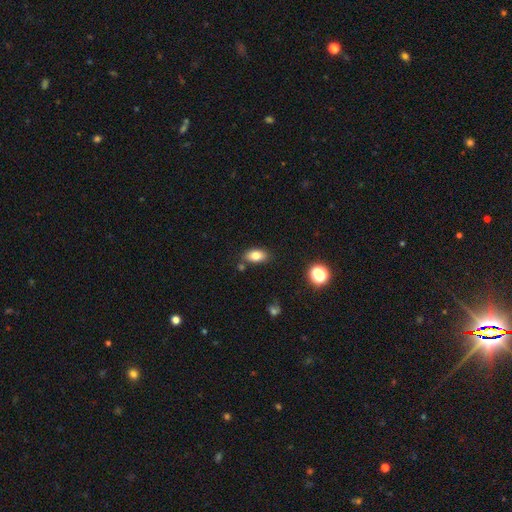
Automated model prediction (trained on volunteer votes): Smooth or featured?
  - smooth: 80% *
  - featured or disk: 10%
  - star or artifact: 10%
How rounded?
  - in between: 90% *
  - round: 8%
  - cigar-shaped: 3%
Merging?
  - none: 80% *
  - minor disturbance: 12%
  - merger: 5%
  - major disturbance: 3%